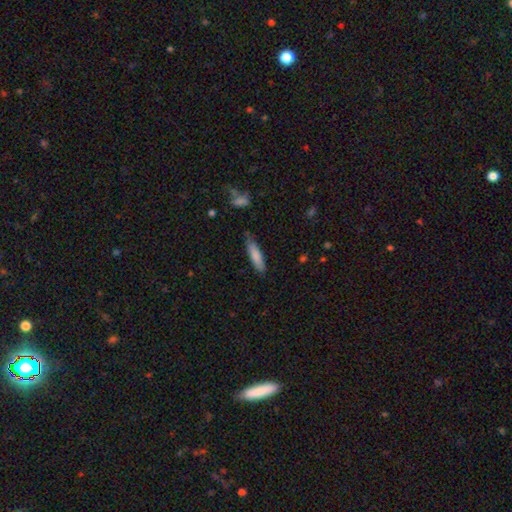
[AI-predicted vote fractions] Q: Smooth or featured?
A: smooth (81%); runner-up: featured or disk (13%)
Q: How rounded?
A: cigar-shaped (74%); runner-up: in between (24%)
Q: Merging?
A: none (77%); runner-up: minor disturbance (18%)